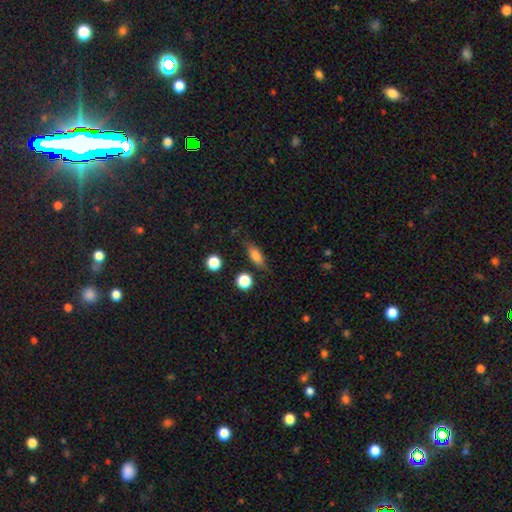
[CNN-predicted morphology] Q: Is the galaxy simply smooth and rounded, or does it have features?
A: smooth — 74%.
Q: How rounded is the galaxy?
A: in between — 66%.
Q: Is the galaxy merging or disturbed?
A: none — 76%.